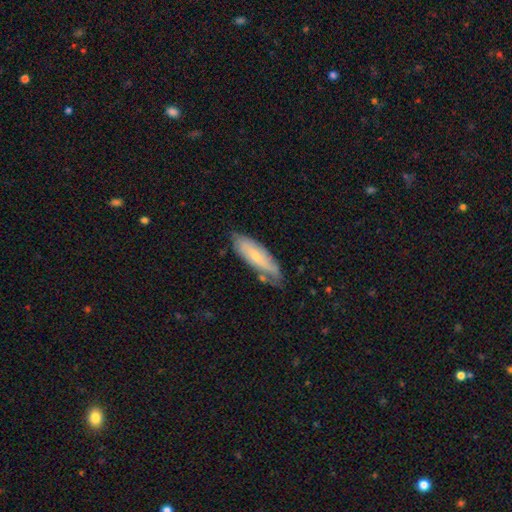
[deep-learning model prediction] This is possibly a smooth galaxy (52%). How rounded: possibly in between (49%, tied with cigar-shaped). Merging: likely none (64%).